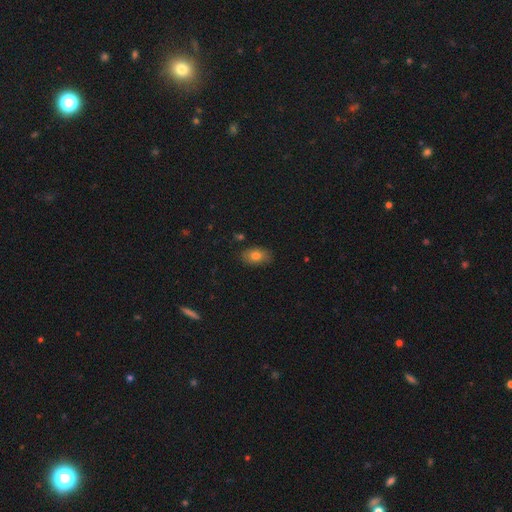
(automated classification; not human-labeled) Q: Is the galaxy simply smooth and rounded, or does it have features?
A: smooth — 79%.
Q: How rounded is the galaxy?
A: in between — 88%.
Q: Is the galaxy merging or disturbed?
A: none — 83%.